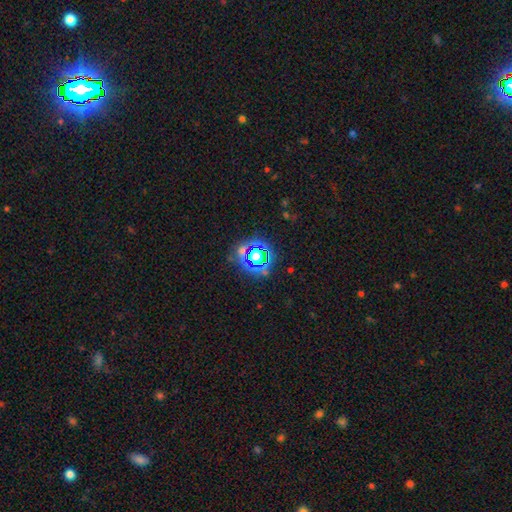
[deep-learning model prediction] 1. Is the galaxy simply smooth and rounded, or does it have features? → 57% star or artifact, 31% smooth, 12% featured or disk.